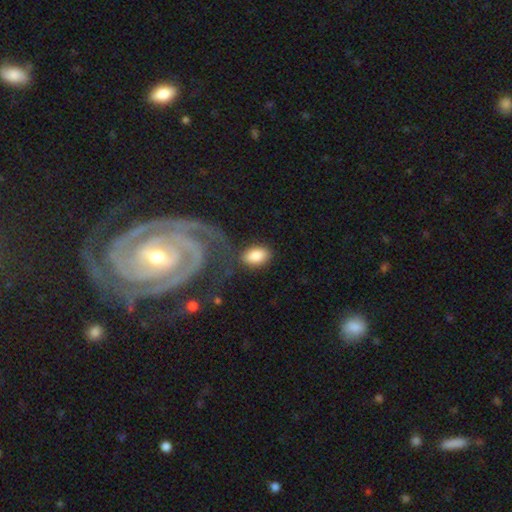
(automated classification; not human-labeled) Overall: smooth (83%). How rounded: in between (90%). Merging: none (70%).